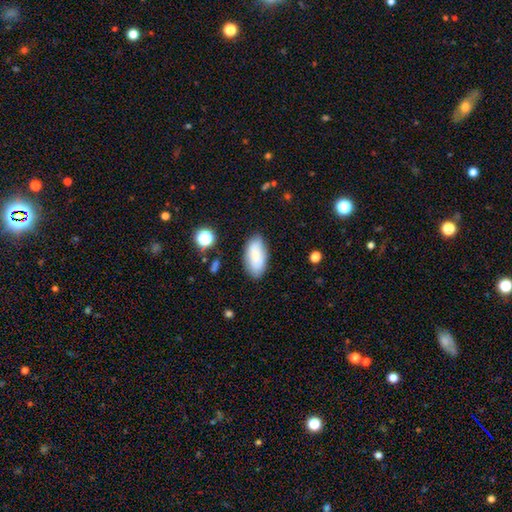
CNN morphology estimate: The model was most divided on "smooth or featured": smooth: 79%, featured or disk: 14%, star or artifact: 7%. More confident: how rounded — in between (92%); merging — none (81%).